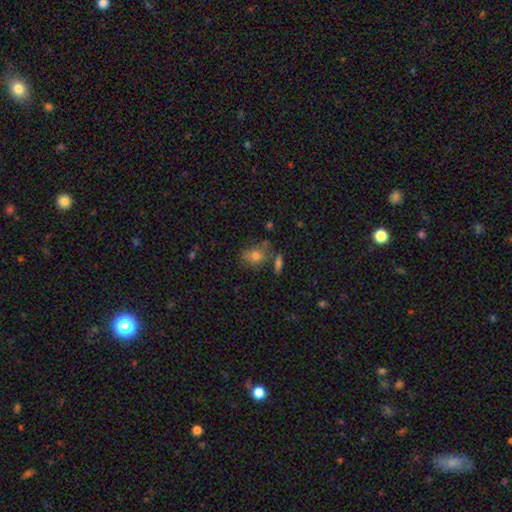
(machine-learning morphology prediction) A smooth galaxy with no disk features (74%) that is in between round and cigar-shaped (58%). Merging: none (58%).